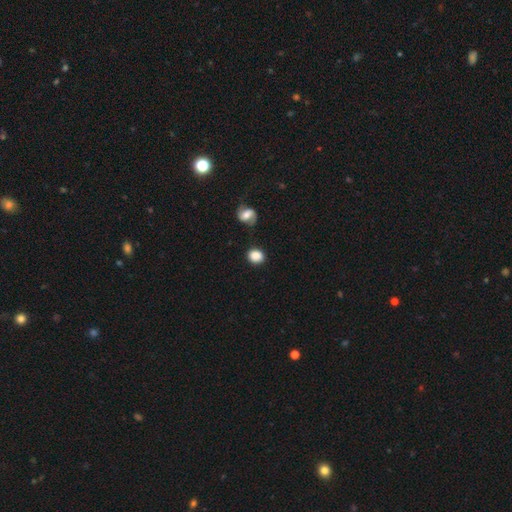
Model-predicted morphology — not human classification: The model was most divided on "how rounded": round: 68%, in between: 31%, cigar-shaped: 1%. More confident: smooth or featured — smooth (85%); merging — none (81%).